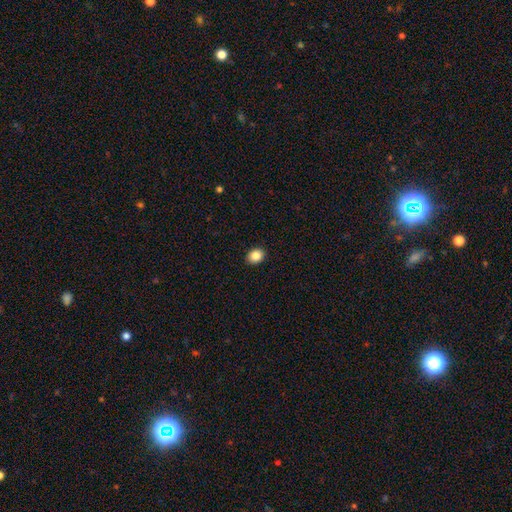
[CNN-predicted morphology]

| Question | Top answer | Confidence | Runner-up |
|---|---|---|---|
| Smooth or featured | smooth | 87% | star or artifact (9%) |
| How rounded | in between | 55% | round (44%) |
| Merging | none | 91% | minor disturbance (7%) |